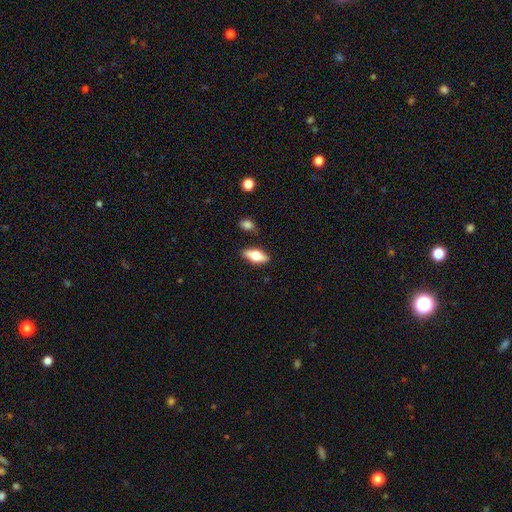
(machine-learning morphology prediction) The model was most divided on "smooth or featured": smooth: 55%, featured or disk: 38%, star or artifact: 7%. More confident: merging — none (82%); how rounded — in between (74%).